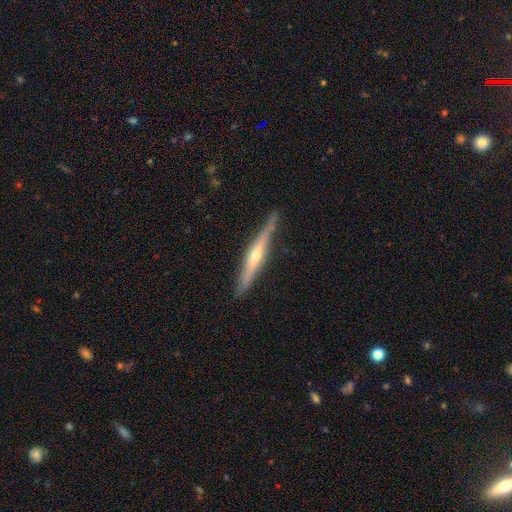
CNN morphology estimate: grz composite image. It shows a featured or disk galaxy (74%) viewed edge-on (96%) with a rounded central bulge (83%). Merging: none (85%).